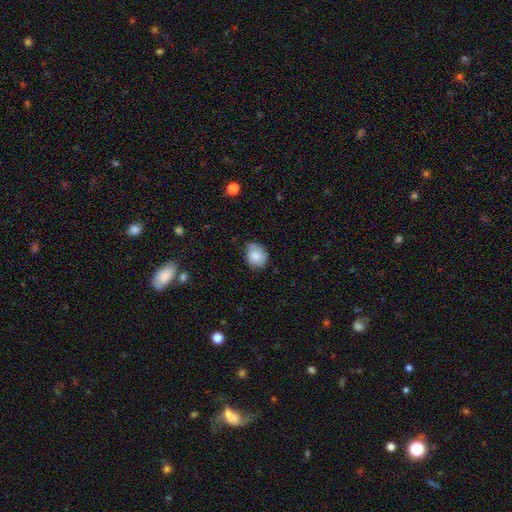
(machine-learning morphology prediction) A smooth galaxy with no disk features (81%) that is round (53%). Merging: none (66%).